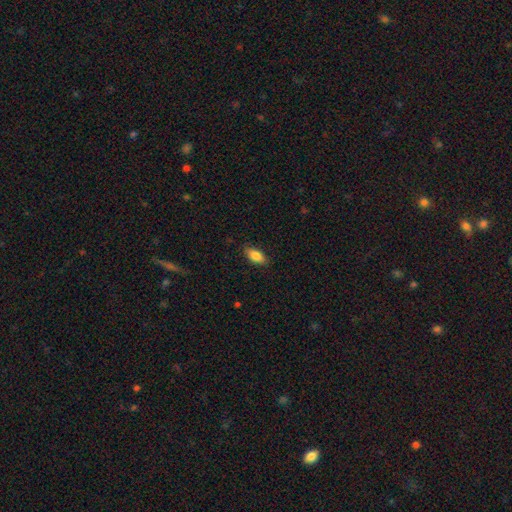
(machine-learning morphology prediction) type=smooth (85%); roundness=in between (88%); merging=none (83%).